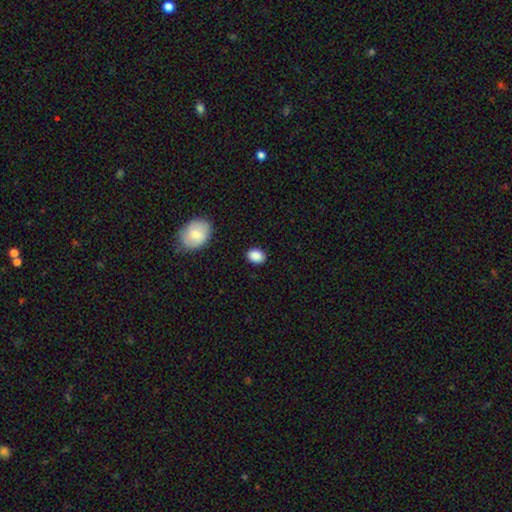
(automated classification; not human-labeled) smooth-or-featured: smooth: 88% | star or artifact: 8% | featured or disk: 4%
  how-rounded: in between: 69% | round: 30% | cigar-shaped: 1%
  merging: none: 86% | minor disturbance: 10% | major disturbance: 2% | merger: 2%